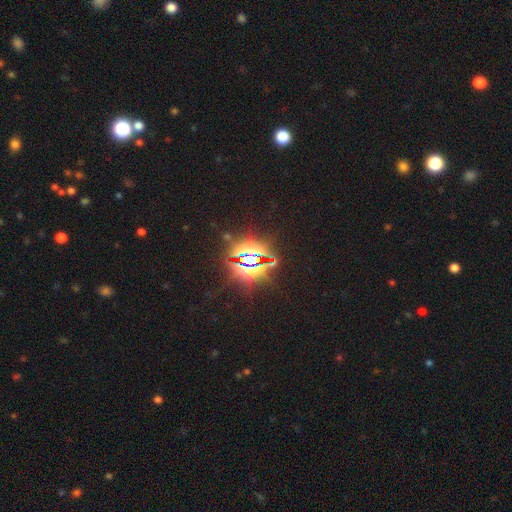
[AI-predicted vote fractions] Smooth or featured?
  - star or artifact: 86% *
  - smooth: 8%
  - featured or disk: 6%